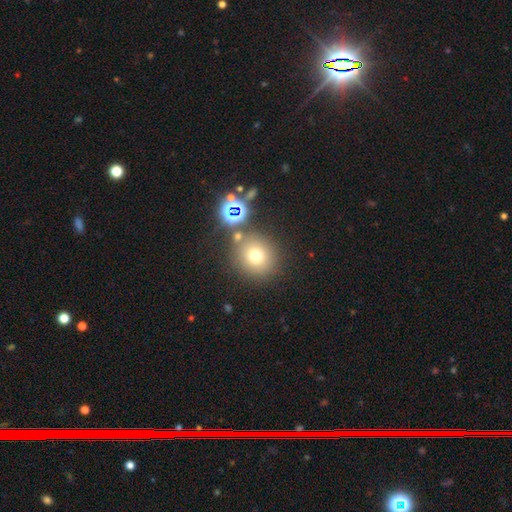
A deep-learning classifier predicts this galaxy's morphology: A smooth galaxy with no disk features (68%) that is round (88%). Merging: none (75%).